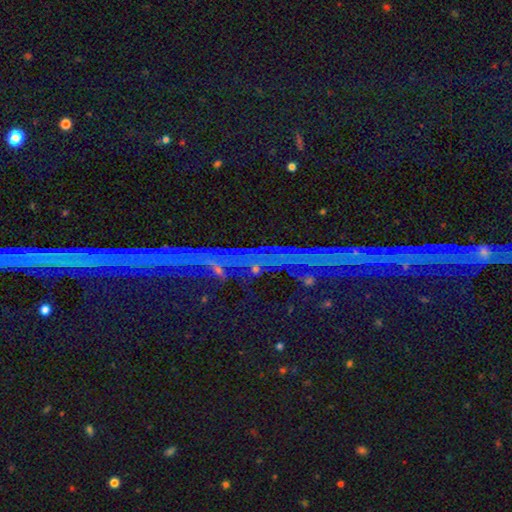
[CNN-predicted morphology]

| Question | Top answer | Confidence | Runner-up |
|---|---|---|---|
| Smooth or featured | star or artifact | 87% | featured or disk (8%) |